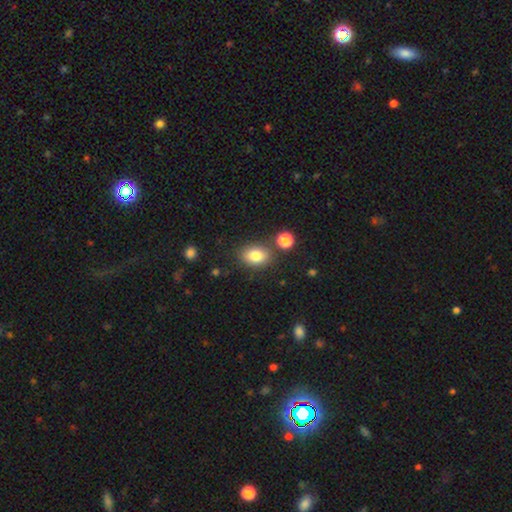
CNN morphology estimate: Overall: smooth (81%). How rounded: in between (72%). Merging: none (78%).